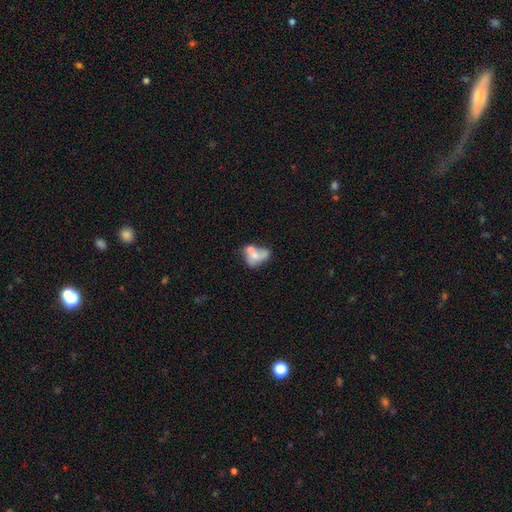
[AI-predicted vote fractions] A smooth galaxy with no disk features (53%) that is in between round and cigar-shaped (75%). Merging: merger (58%).